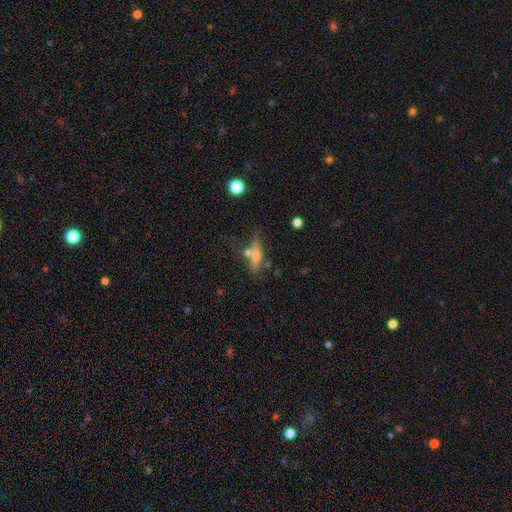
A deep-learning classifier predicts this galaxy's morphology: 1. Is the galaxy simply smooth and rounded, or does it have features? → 45% featured or disk, 44% smooth, 11% star or artifact.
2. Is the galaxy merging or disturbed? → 59% none, 18% merger, 16% minor disturbance, 7% major disturbance.